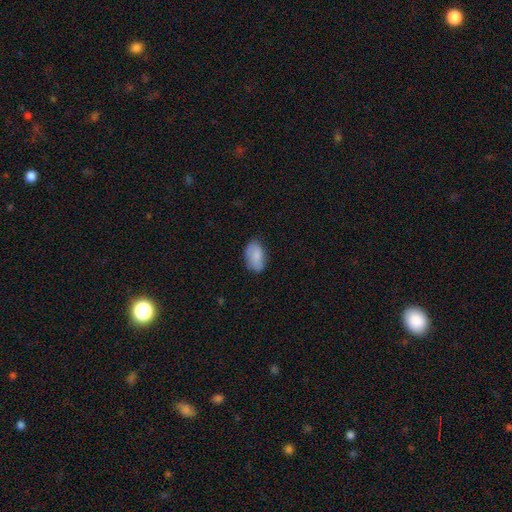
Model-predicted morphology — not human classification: A smooth galaxy with no disk features (78%) that is in between round and cigar-shaped (92%).

Vote fractions:
- Smooth or featured? smooth: 78% / featured or disk: 15% / star or artifact: 7%
- How rounded? in between: 92% / round: 6% / cigar-shaped: 2%
- Merging? none: 74% / minor disturbance: 20% / major disturbance: 4% / merger: 1%